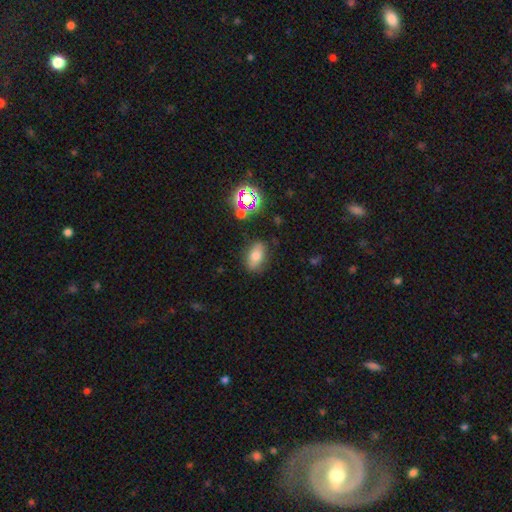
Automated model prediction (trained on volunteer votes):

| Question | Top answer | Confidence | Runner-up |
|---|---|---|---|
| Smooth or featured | smooth | 71% | star or artifact (15%) |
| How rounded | in between | 84% | round (11%) |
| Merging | none | 80% | minor disturbance (13%) |